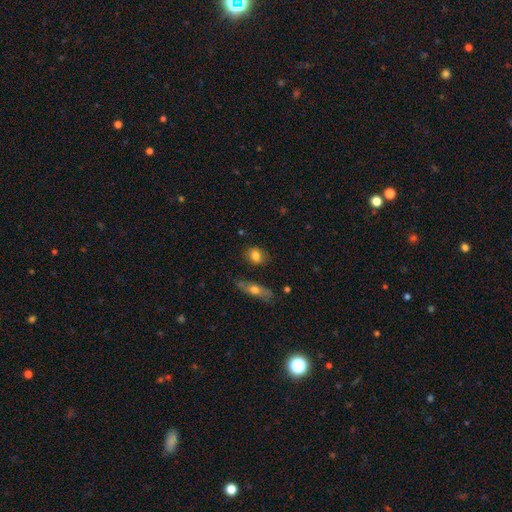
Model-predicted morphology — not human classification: smooth_or_featured: smooth (p=0.78) [alt: featured or disk p=0.13]
how_rounded: in between (p=0.51) [alt: round p=0.46]
merging: none (p=0.77) [alt: minor disturbance p=0.15]